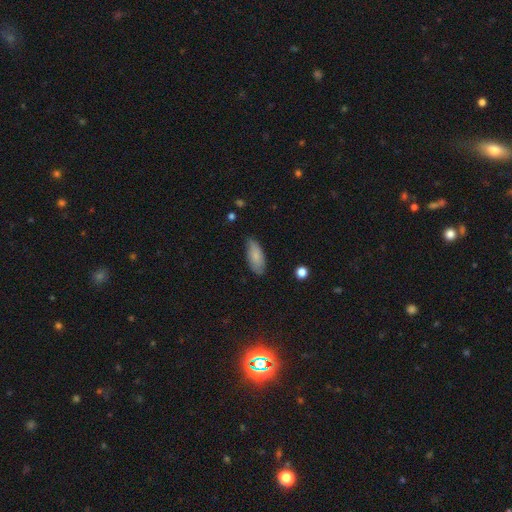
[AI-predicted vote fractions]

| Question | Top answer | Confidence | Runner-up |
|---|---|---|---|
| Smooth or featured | smooth | 80% | featured or disk (13%) |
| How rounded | in between | 85% | cigar-shaped (13%) |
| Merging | none | 72% | minor disturbance (23%) |